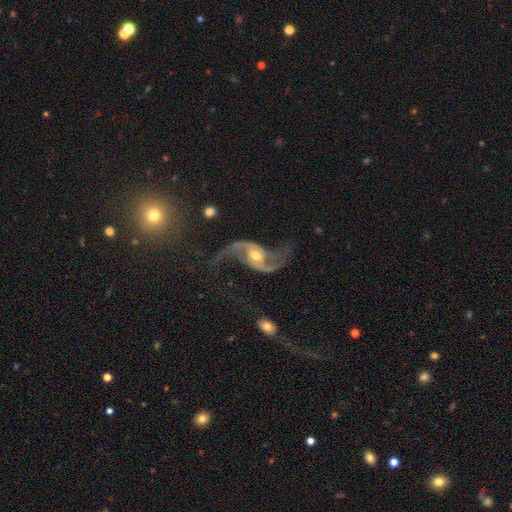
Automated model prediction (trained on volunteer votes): Overall: featured or disk (92%). Edge-on disk: no (97%). Bar: no (52%; weak 32%). Spiral arms: yes (97%). Spiral arm count: 2 (94%). Spiral winding: loose (79%). Bulge size: moderate (62%; small 31%). Merging: none (64%).